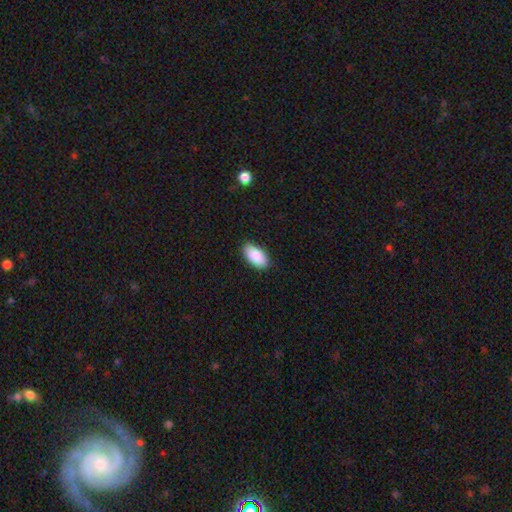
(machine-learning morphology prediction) Overall: smooth (89%). How rounded: in between (95%). Merging: none (87%).